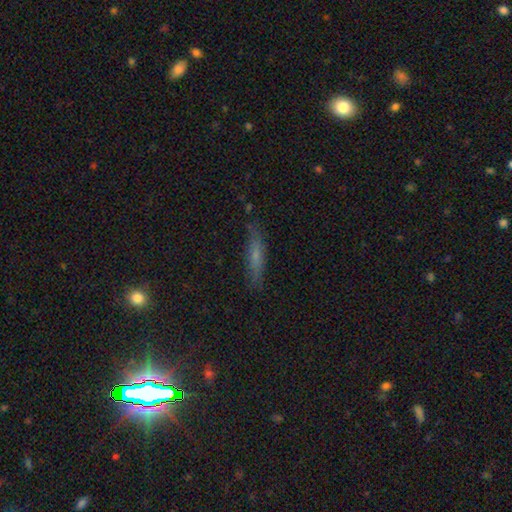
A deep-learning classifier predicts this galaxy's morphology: A smooth galaxy with no disk features (52%) that is cigar-shaped (82%).

Vote fractions:
- Smooth or featured? smooth: 52% / featured or disk: 36% / star or artifact: 12%
- How rounded? cigar-shaped: 82% / in between: 15% / round: 3%
- Merging? none: 80% / minor disturbance: 15% / major disturbance: 3% / merger: 2%